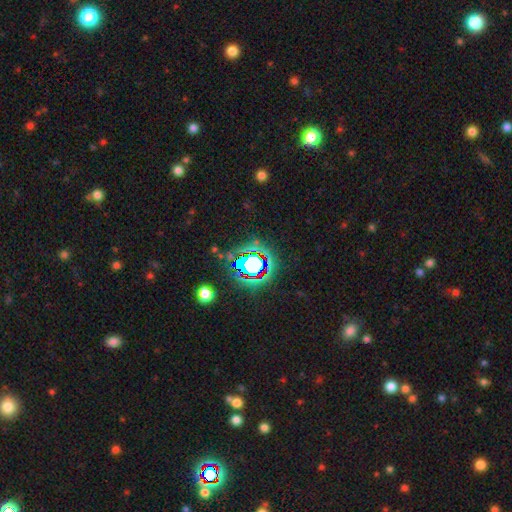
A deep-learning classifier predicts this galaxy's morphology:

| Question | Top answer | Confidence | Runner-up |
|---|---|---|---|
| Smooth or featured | star or artifact | 69% | smooth (20%) |